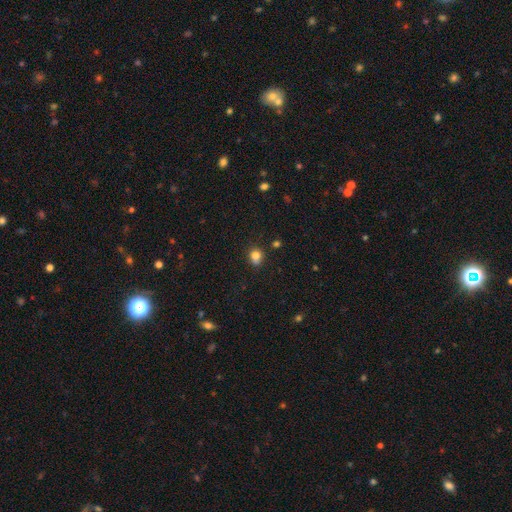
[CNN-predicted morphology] smooth 81%, star or artifact 12%, featured or disk 7%. Down the decision tree: how rounded — round (68%); merging — none (73%).